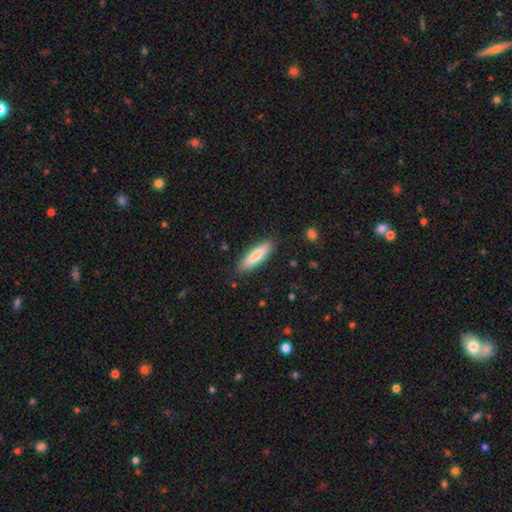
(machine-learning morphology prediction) This is clearly a smooth galaxy (81%). How rounded: likely cigar-shaped (70%). Merging: clearly none (88%).